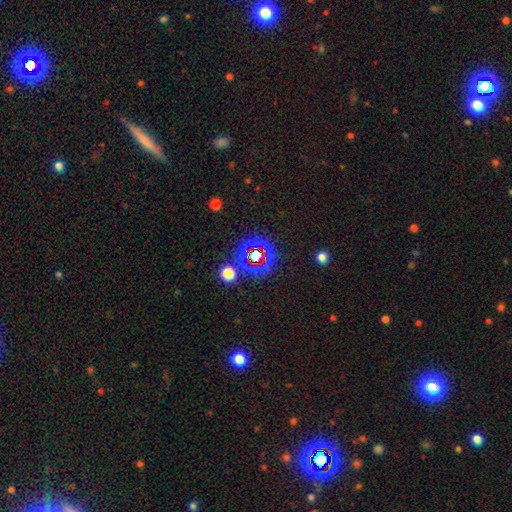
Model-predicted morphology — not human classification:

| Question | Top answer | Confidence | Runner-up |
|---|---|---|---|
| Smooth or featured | star or artifact | 72% | smooth (18%) |